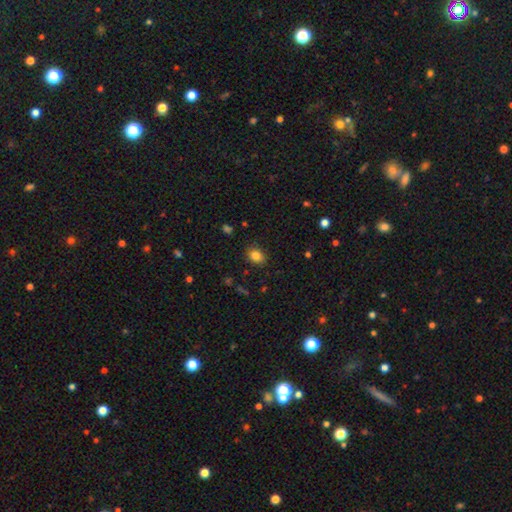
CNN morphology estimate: The model was most divided on "how rounded": in between: 57%, round: 43%, cigar-shaped: 1%. More confident: merging — none (85%); smooth or featured — smooth (84%).